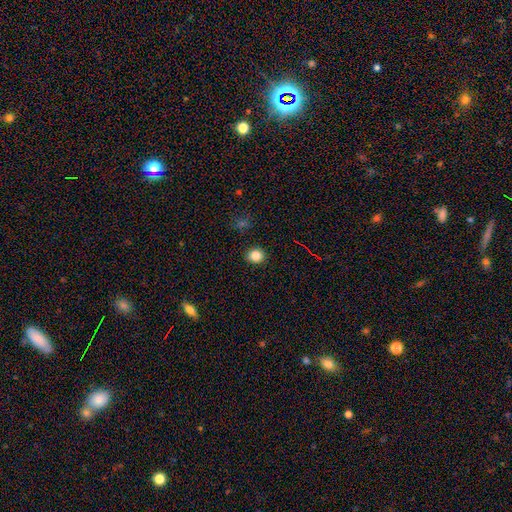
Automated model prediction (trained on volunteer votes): A smooth galaxy with no disk features (83%) that is round (81%). Merging: none (91%).